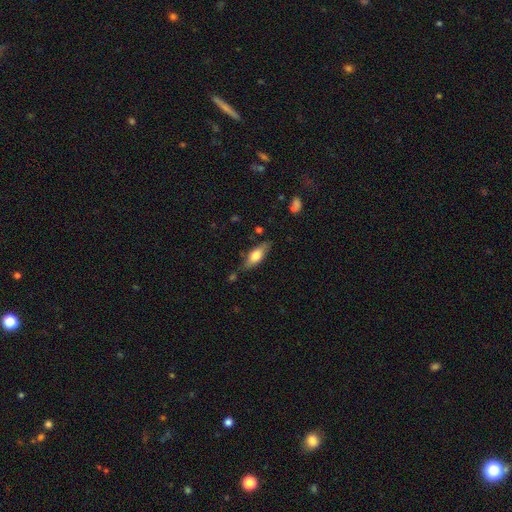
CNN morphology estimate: This appears to be a smooth galaxy with no disk features (64%) that is in between round and cigar-shaped (68%). Merging: none (75%).